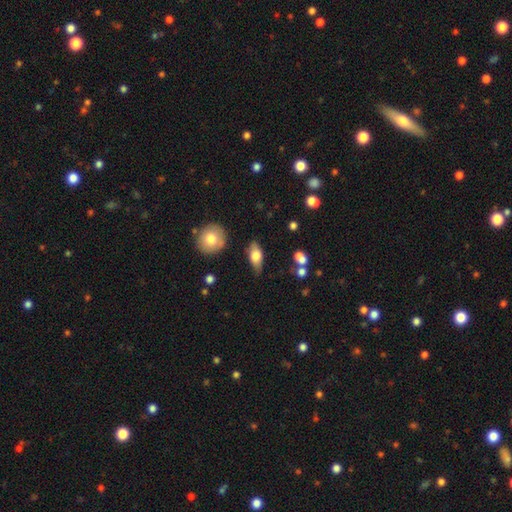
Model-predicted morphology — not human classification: This appears to be a smooth galaxy with no disk features (67%) that is in between round and cigar-shaped (84%). Merging: none (72%).